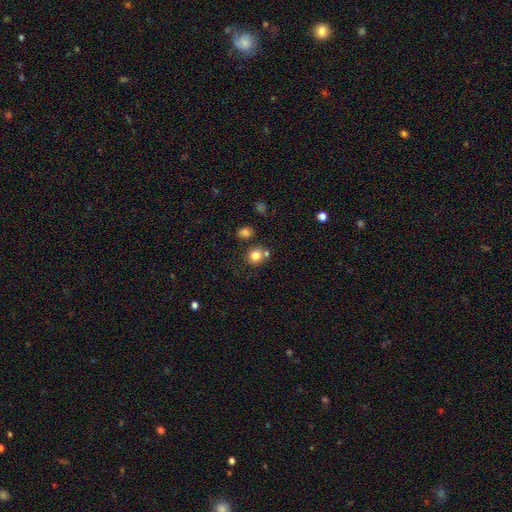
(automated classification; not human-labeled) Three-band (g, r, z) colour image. It shows a smooth galaxy with no disk features (81%) that is round (82%). Merging: none (68%).